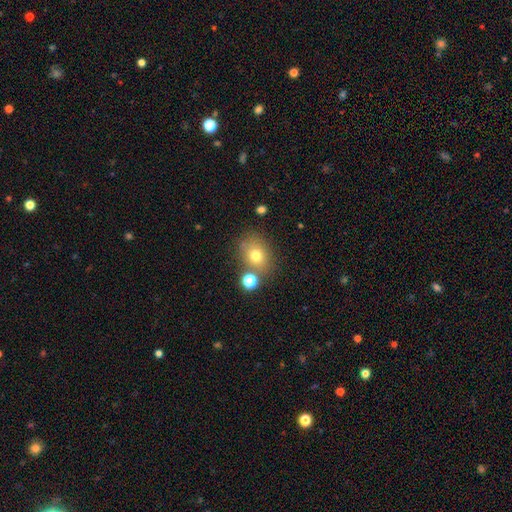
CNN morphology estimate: Overall: smooth (72%). How rounded: round (56%; in between 43%). Merging: none (67%).